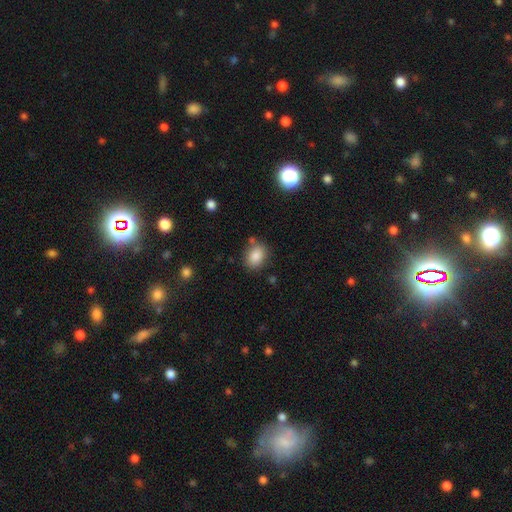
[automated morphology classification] smooth-or-featured: smooth: 86% | star or artifact: 9% | featured or disk: 5%
  how-rounded: in between: 68% | round: 31% | cigar-shaped: 1%
  merging: none: 77% | minor disturbance: 13% | merger: 6% | major disturbance: 4%